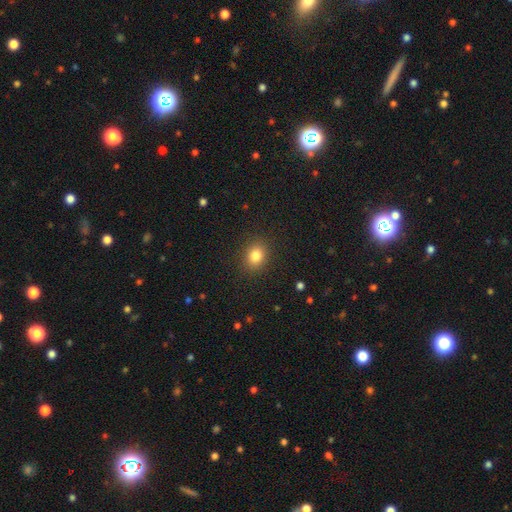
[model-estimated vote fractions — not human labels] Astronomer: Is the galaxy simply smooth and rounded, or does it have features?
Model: smooth — 83%.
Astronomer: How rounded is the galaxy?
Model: round — 56% (runner-up: in between, 43%).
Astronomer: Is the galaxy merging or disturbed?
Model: none — 89%.